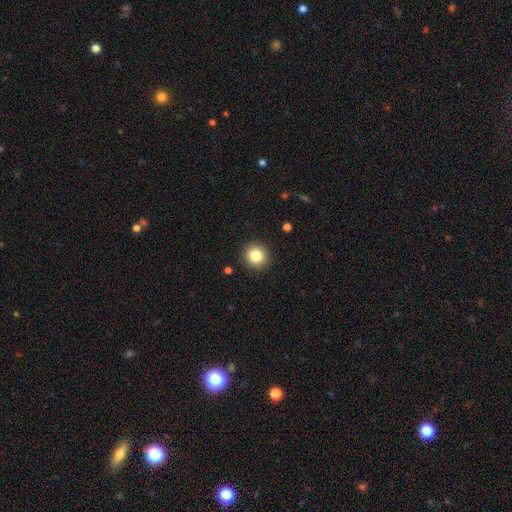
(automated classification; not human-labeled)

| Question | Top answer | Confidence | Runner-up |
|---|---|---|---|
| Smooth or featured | smooth | 83% | star or artifact (10%) |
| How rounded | round | 94% | in between (5%) |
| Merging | none | 92% | minor disturbance (5%) |